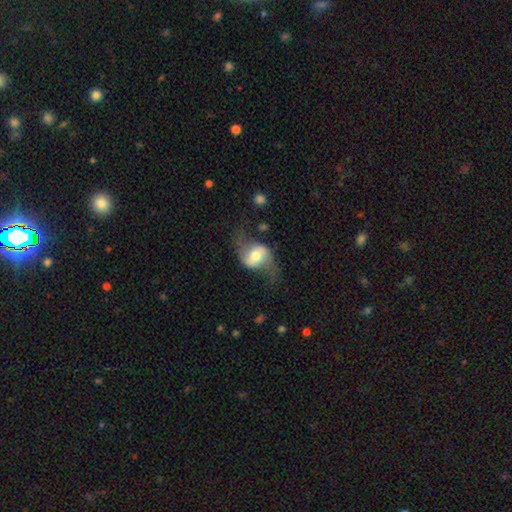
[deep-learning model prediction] The model was most divided on "bar": weak: 39%, no: 32%, strong: 29%. More confident: edge-on disk — no (94%); spiral arm count — 2 (90%); spiral arms — yes (86%); spiral winding — loose (77%); smooth or featured — featured or disk (66%); bulge size — moderate (56%); merging — none (55%).